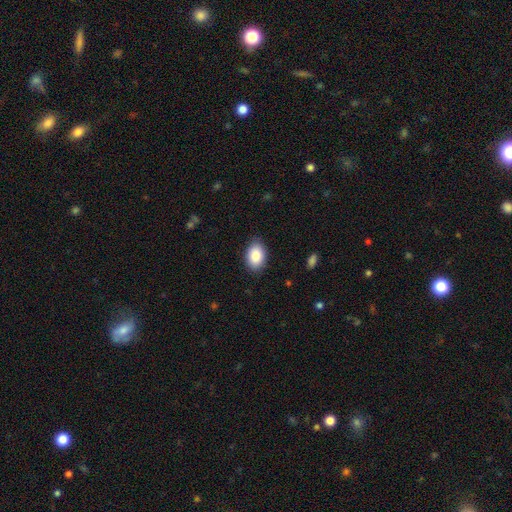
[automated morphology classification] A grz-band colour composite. It shows a smooth galaxy with no disk features (88%) that is in between round and cigar-shaped (88%). Merging: none (86%).